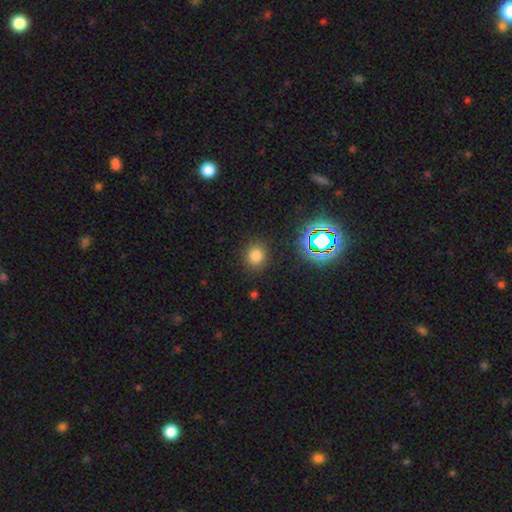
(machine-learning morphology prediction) smooth_or_featured: smooth (p=0.76) [alt: star or artifact p=0.19]
how_rounded: round (p=0.84) [alt: in between p=0.14]
merging: none (p=0.88) [alt: minor disturbance p=0.08]